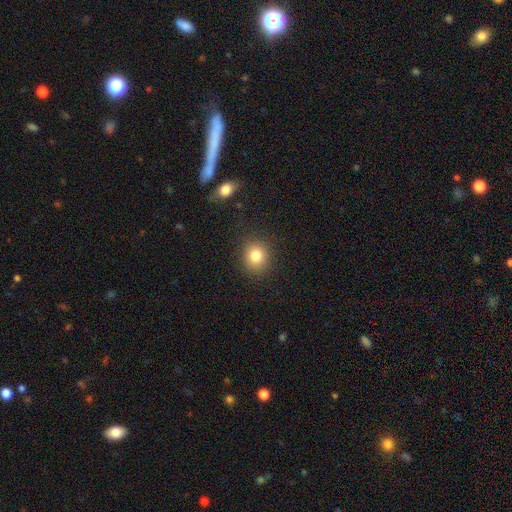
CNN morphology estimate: This appears to be a smooth galaxy with no disk features (81%) that is round (80%). Merging: none (88%).